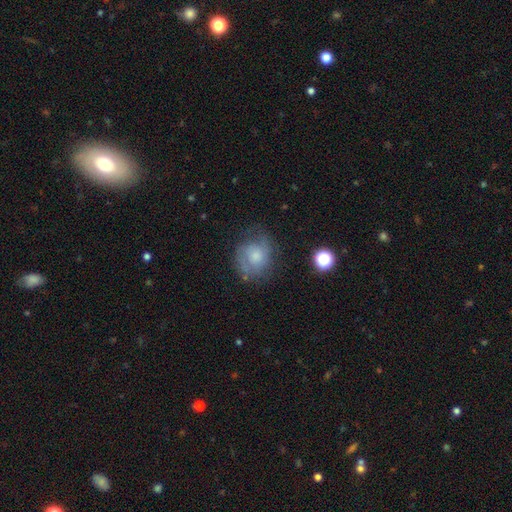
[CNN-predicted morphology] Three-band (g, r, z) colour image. It shows a featured or disk galaxy (49%). Merging: none (58%).